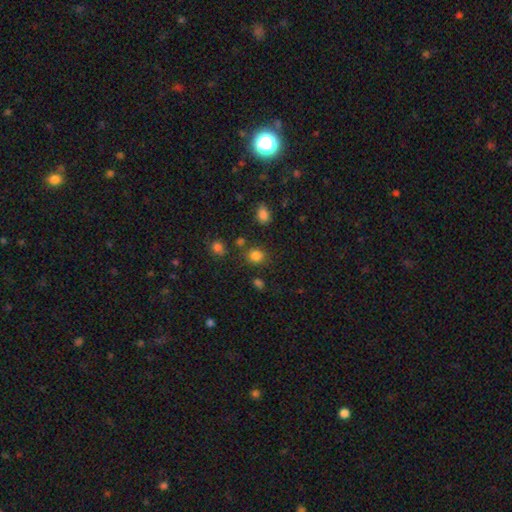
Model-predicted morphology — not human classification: Smooth or featured: smooth — 82% (star or artifact — 14%)
How rounded: round — 72% (in between — 27%)
Merging: none — 78% (minor disturbance — 11%)